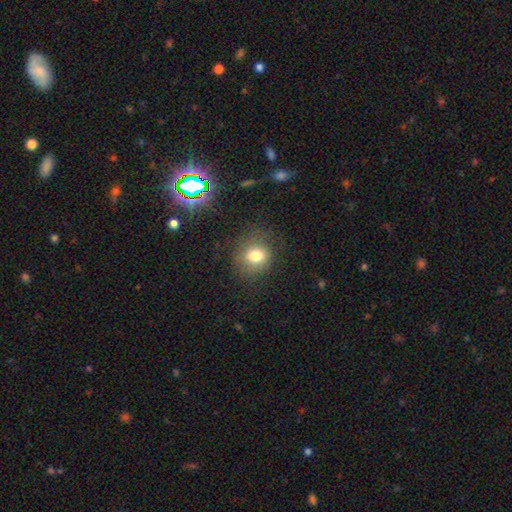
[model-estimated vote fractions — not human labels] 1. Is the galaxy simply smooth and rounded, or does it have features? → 76% smooth, 14% star or artifact, 10% featured or disk.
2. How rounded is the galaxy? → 74% round, 25% in between, 1% cigar-shaped.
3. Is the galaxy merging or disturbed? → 76% none, 15% minor disturbance, 7% major disturbance, 1% merger.